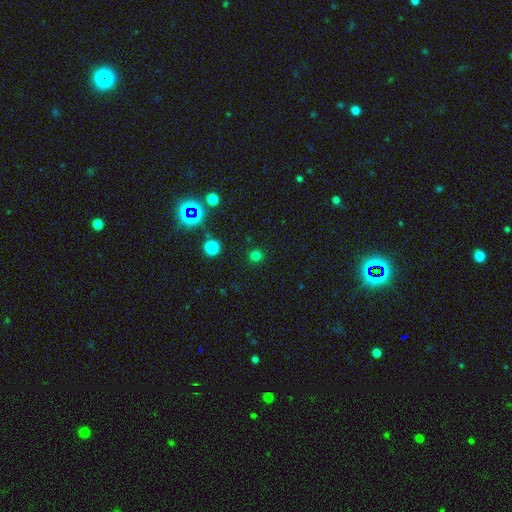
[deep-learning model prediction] Overall: smooth (74%). How rounded: round (93%). Merging: none (90%).